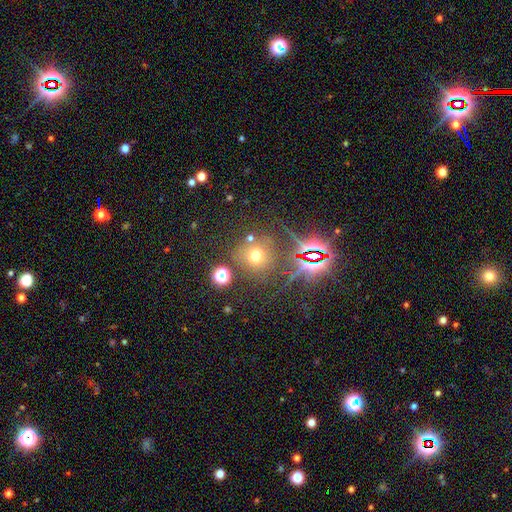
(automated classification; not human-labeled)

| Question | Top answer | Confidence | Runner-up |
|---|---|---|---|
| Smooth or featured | smooth | 58% | star or artifact (30%) |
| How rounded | round | 88% | in between (11%) |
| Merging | none | 73% | minor disturbance (11%) |